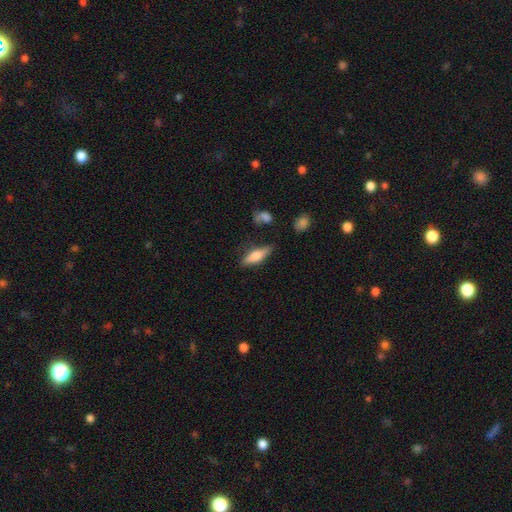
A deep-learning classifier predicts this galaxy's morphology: Smooth or featured? Predicted: smooth (p=0.66). How rounded? Predicted: in between (p=0.50). Merging? Predicted: none (p=0.74).